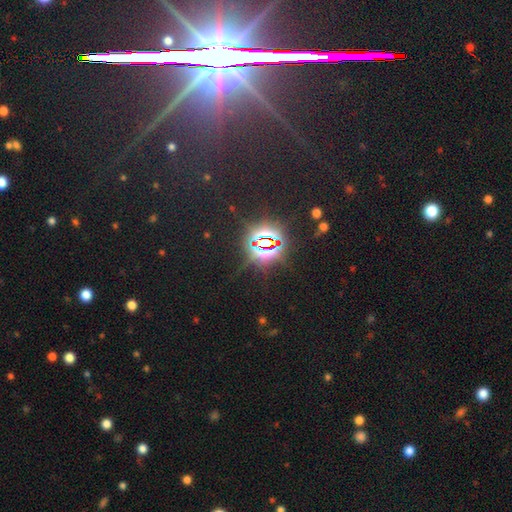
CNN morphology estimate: Smooth or featured?
  - star or artifact: 81% *
  - smooth: 11%
  - featured or disk: 7%